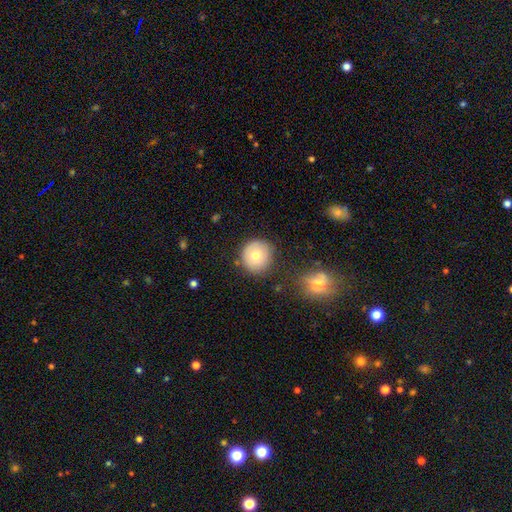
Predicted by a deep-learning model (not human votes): Q: Smooth or featured?
A: smooth (74%); runner-up: featured or disk (17%)
Q: How rounded?
A: round (91%); runner-up: in between (8%)
Q: Merging?
A: none (80%); runner-up: minor disturbance (12%)